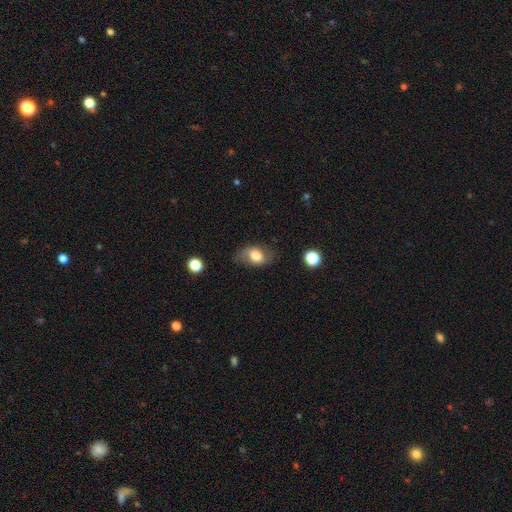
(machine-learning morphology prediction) Smooth or featured: smooth — 67% (featured or disk — 25%)
How rounded: in between — 83% (round — 15%)
Merging: none — 69% (minor disturbance — 22%)